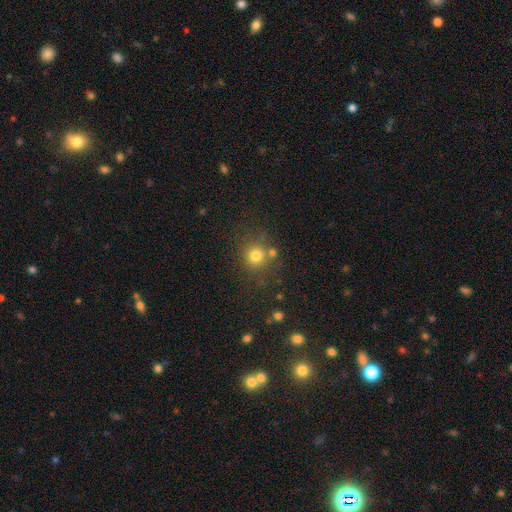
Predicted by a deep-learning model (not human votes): Overall: smooth (77%). How rounded: round (91%). Merging: none (75%).